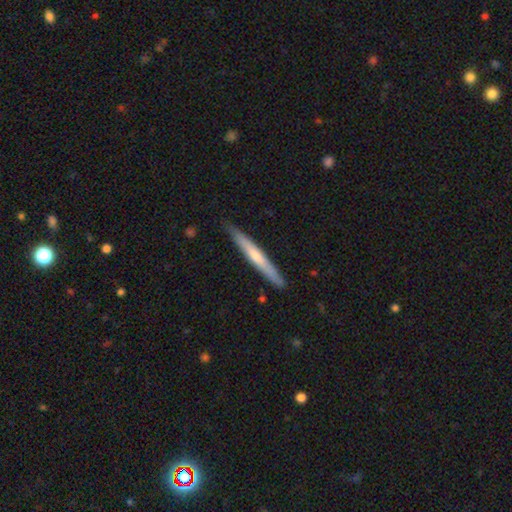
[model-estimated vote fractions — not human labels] smooth_or_featured: smooth (p=0.51) [alt: featured or disk p=0.44]
how_rounded: cigar-shaped (p=0.96) [alt: in between p=0.03]
merging: none (p=0.87) [alt: minor disturbance p=0.10]